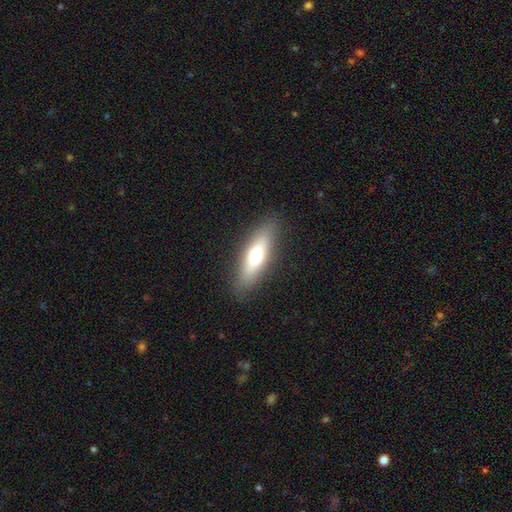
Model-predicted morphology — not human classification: smooth 62%, featured or disk 31%, star or artifact 7%. Down the decision tree: how rounded — cigar-shaped (52%); merging — none (88%).